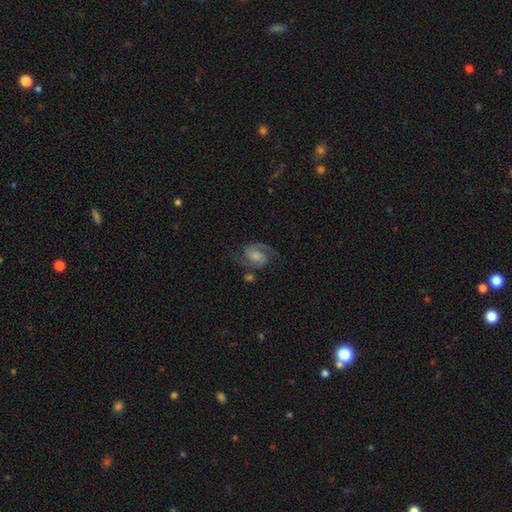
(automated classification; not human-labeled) Smooth or featured: featured or disk — 87% (smooth — 8%)
Edge-on disk: no — 98% (yes — 2%)
Bar: no — 55% (weak — 36%)
Spiral arms: yes — 98% (no — 2%)
Spiral winding: medium — 57% (tight — 22%)
Spiral arm count: 2 — 93% (can't tell — 2%)
Bulge size: none — 30% (moderate — 29%)
Merging: none — 72% (minor disturbance — 16%)